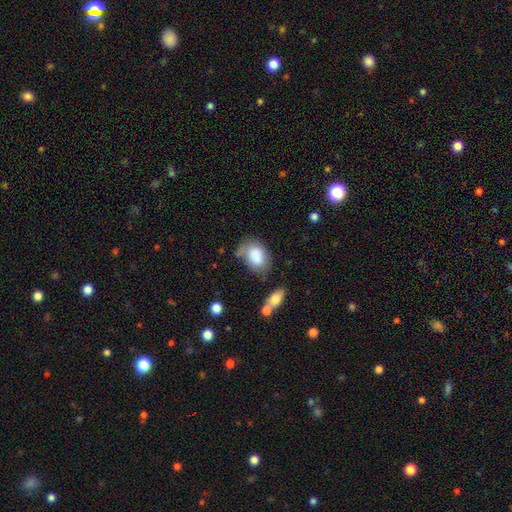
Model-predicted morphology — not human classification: A smooth galaxy with no disk features (79%) that is in between round and cigar-shaped (78%).

Vote fractions:
- Smooth or featured? smooth: 79% / featured or disk: 13% / star or artifact: 8%
- How rounded? in between: 78% / round: 21% / cigar-shaped: 1%
- Merging? none: 44% / minor disturbance: 27% / merger: 15% / major disturbance: 14%